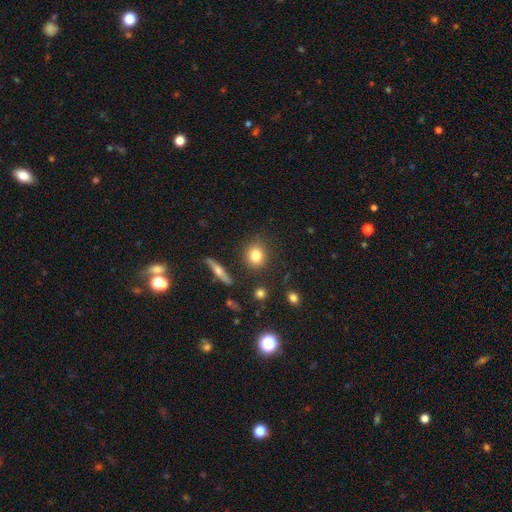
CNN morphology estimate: This appears to be a smooth galaxy with no disk features (81%) that is round (79%). Merging: none (85%).